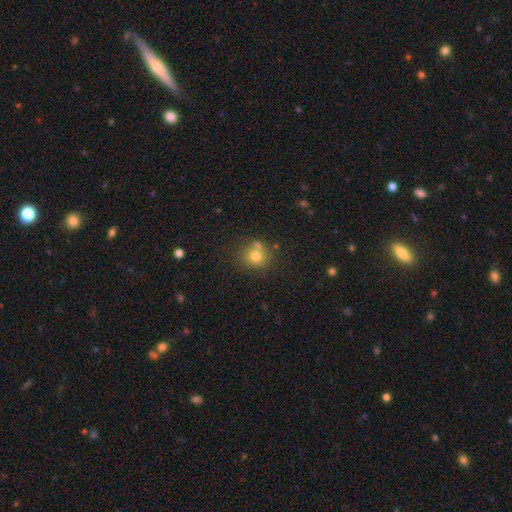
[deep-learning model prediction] Overall: smooth (75%). How rounded: round (85%). Merging: none (60%; merger 22%).